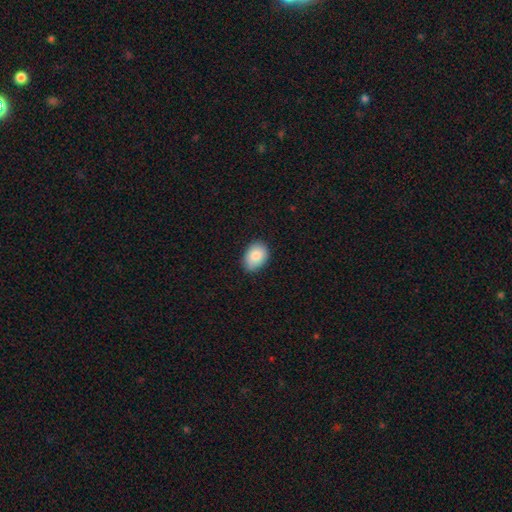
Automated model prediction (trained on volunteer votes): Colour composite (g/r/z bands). It shows a smooth galaxy with no disk features (86%) that is in between round and cigar-shaped (77%). Merging: none (82%).